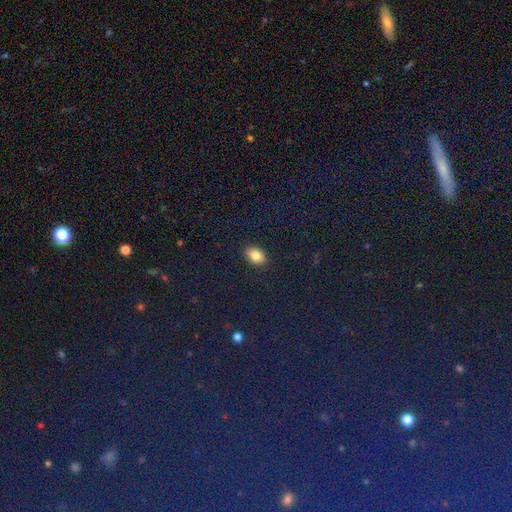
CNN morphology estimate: Smooth or featured? smooth (83%)
How rounded? in between (87%)
Merging? none (89%)